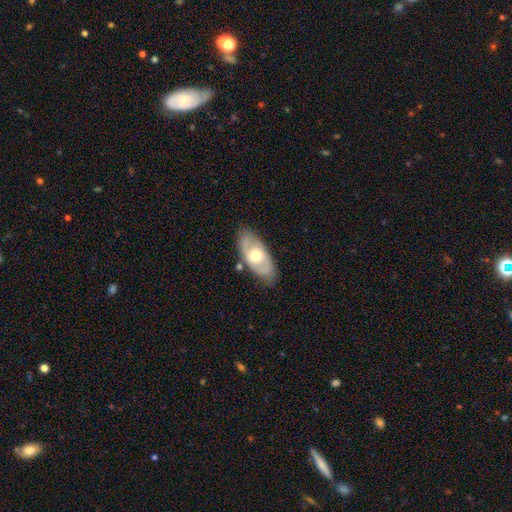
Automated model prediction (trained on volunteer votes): Morphology: type=featured or disk (58%); edge-on=no (86%); merging=none (79%).